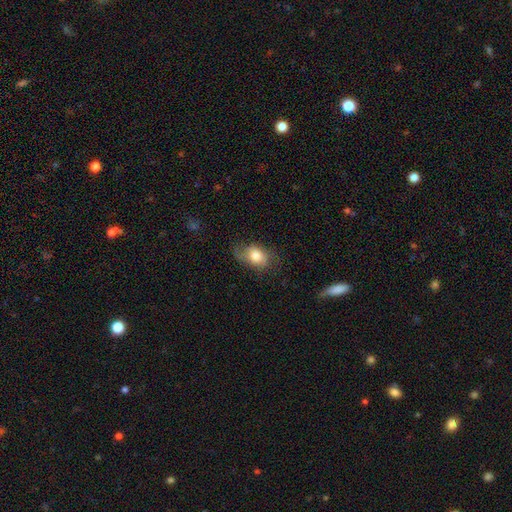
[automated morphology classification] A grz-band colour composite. It shows a smooth galaxy with no disk features (72%) that is in between round and cigar-shaped (83%). Merging: none (52%).